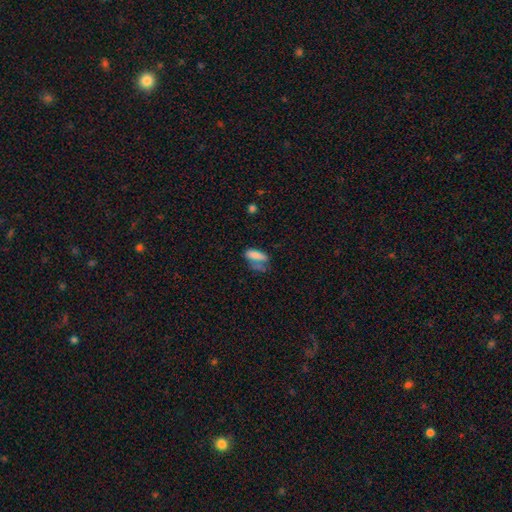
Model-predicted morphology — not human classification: smooth-or-featured: smooth: 76% | featured or disk: 14% | star or artifact: 11%
  how-rounded: in between: 66% | cigar-shaped: 31% | round: 4%
  merging: none: 35% | major disturbance: 25% | minor disturbance: 24% | merger: 16%